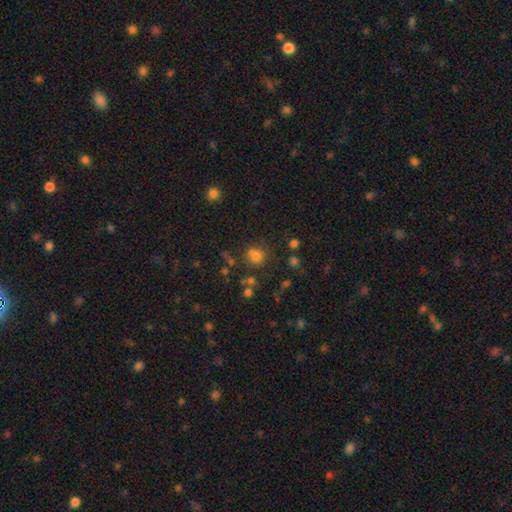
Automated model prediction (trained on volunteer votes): smooth-or-featured: smooth: 75% | star or artifact: 17% | featured or disk: 8%
  how-rounded: round: 83% | in between: 16% | cigar-shaped: 1%
  merging: none: 70% | minor disturbance: 14% | merger: 10% | major disturbance: 6%